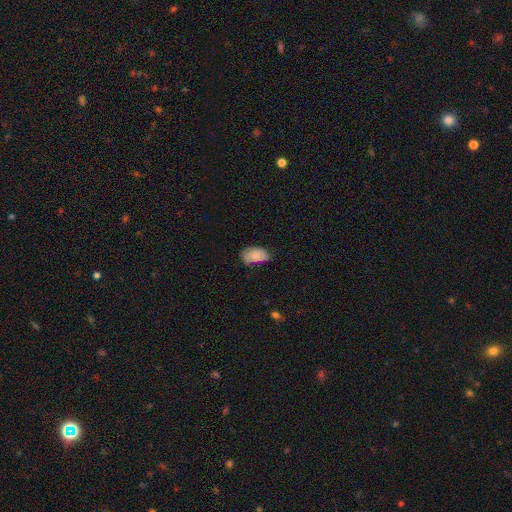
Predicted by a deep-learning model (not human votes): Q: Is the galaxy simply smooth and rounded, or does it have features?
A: smooth — 77%.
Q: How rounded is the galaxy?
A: in between — 92%.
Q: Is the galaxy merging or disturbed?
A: none — 50%.